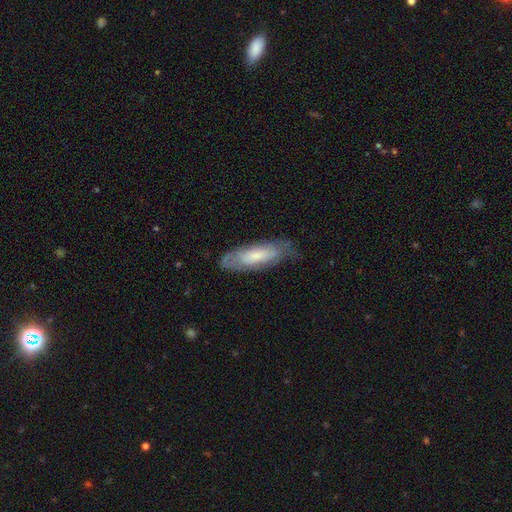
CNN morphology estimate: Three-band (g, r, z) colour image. It shows a smooth galaxy with no disk features (54%) that is in between round and cigar-shaped (55%). Merging: none (66%).